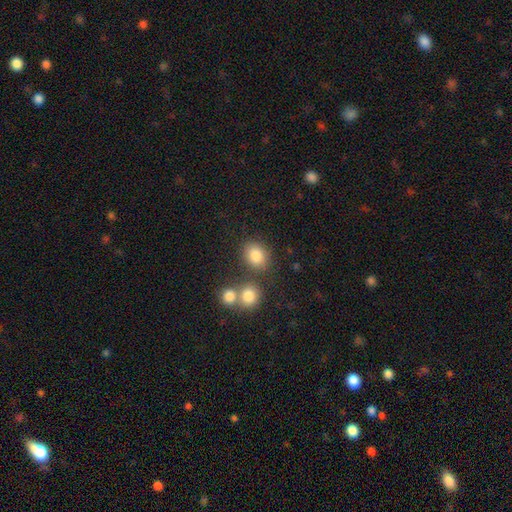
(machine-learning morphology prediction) type=smooth (83%); roundness=round (58%); merging=none (69%).